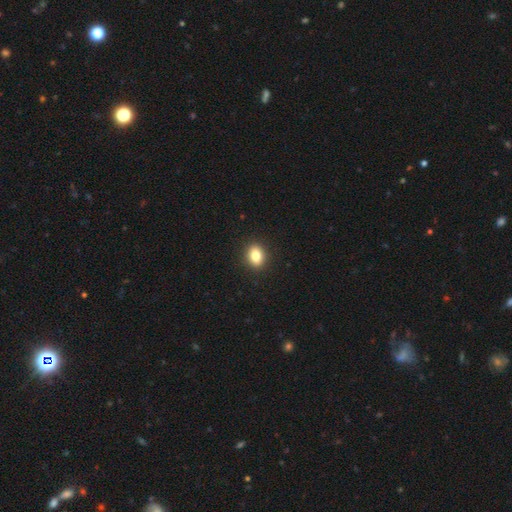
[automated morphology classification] smooth_or_featured: smooth (p=0.83) [alt: star or artifact p=0.10]
how_rounded: in between (p=0.62) [alt: round p=0.37]
merging: none (p=0.91) [alt: minor disturbance p=0.06]